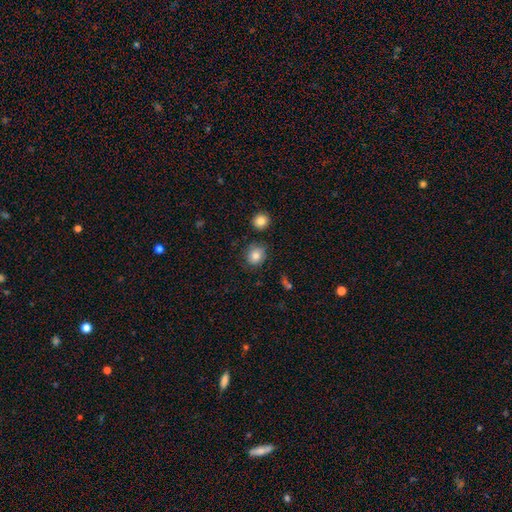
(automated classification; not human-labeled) Smooth or featured?
  - smooth: 80% *
  - featured or disk: 10%
  - star or artifact: 10%
How rounded?
  - round: 81% *
  - in between: 18%
  - cigar-shaped: 1%
Merging?
  - none: 82% *
  - minor disturbance: 12%
  - major disturbance: 3%
  - merger: 3%